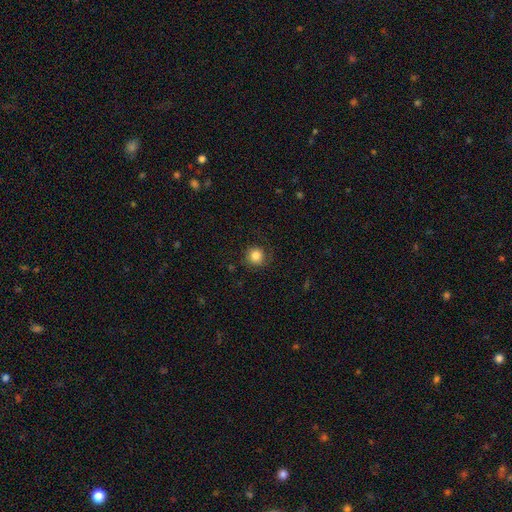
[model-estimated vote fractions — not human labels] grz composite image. It shows a smooth galaxy with no disk features (82%) that is round (92%). Merging: none (77%).